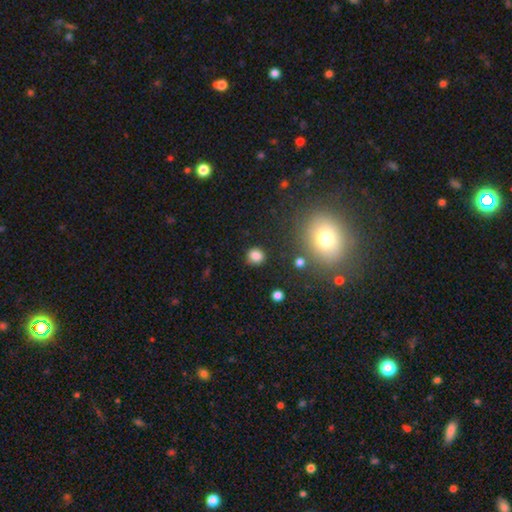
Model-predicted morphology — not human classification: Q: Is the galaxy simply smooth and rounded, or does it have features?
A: smooth — 82%.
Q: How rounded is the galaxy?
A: round — 80%.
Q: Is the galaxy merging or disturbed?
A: none — 84%.